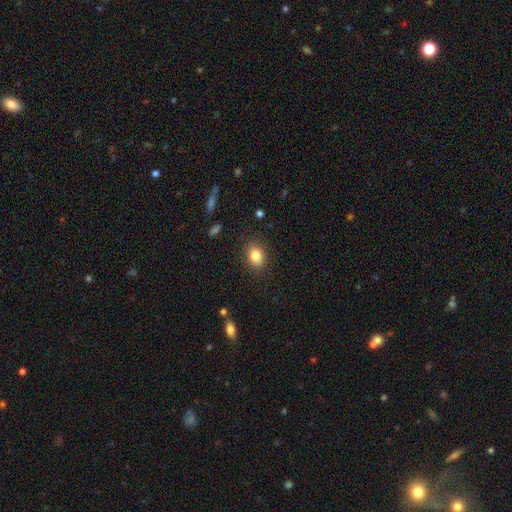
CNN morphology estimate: This appears to be a smooth galaxy with no disk features (84%) that is in between round and cigar-shaped (69%). Merging: none (86%).